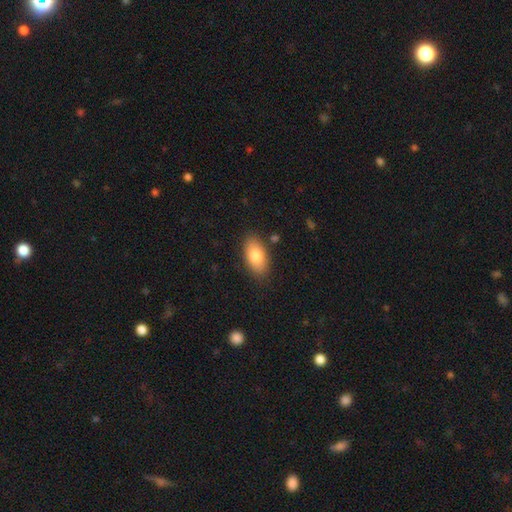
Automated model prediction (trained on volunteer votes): This appears to be a smooth galaxy with no disk features (81%) that is in between round and cigar-shaped (93%). Merging: none (84%).